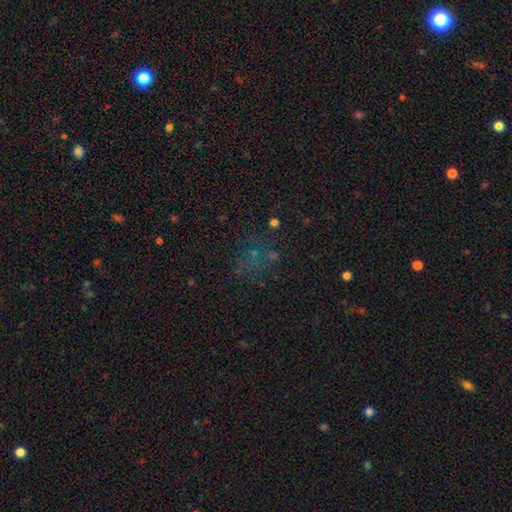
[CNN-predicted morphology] Q: Smooth or featured?
A: star or artifact (47%); runner-up: smooth (34%)